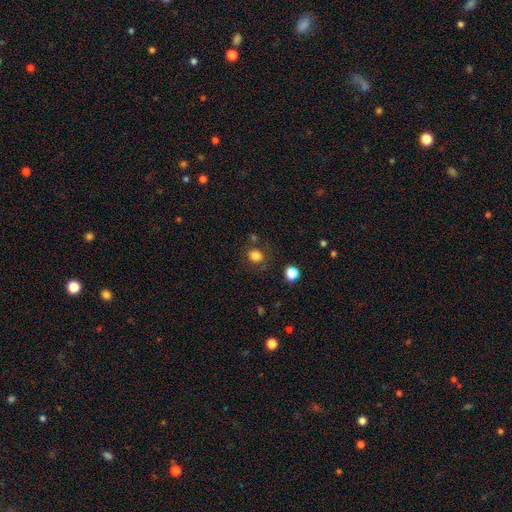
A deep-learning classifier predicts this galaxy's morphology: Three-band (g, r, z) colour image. It shows a smooth galaxy with no disk features (81%) that is round (73%). Merging: none (78%).